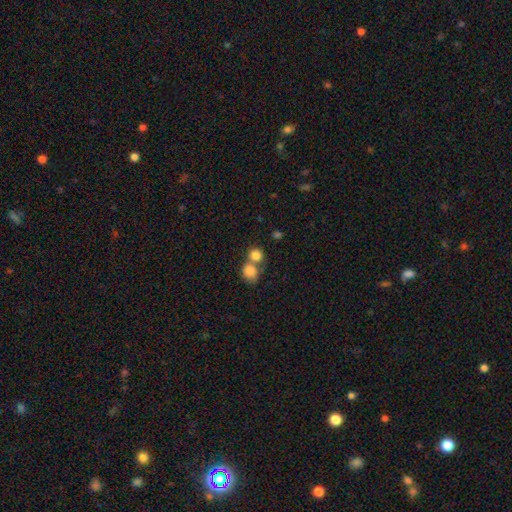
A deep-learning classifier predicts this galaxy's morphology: A smooth galaxy with no disk features (83%) that is round (81%). Merging: merger (51%).